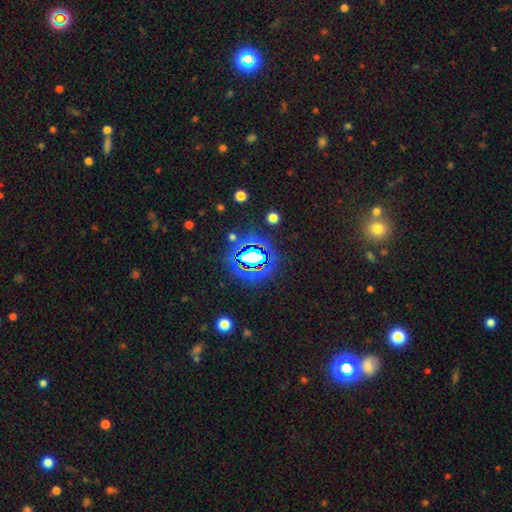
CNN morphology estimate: Smooth or featured? star or artifact (75%)